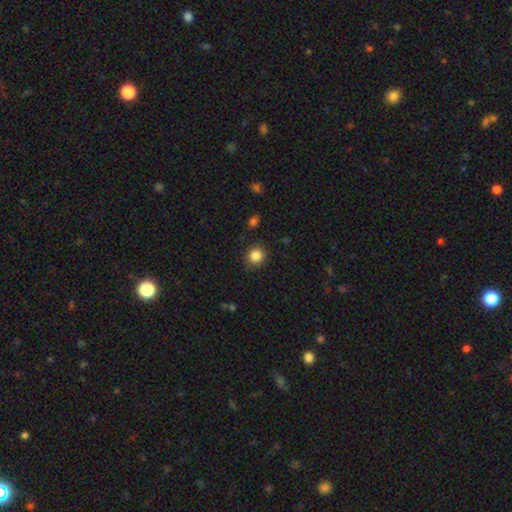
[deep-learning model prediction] A smooth galaxy with no disk features (85%) that is round (88%).

Vote fractions:
- Smooth or featured? smooth: 85% / star or artifact: 11% / featured or disk: 4%
- How rounded? round: 88% / in between: 11% / cigar-shaped: 1%
- Merging? none: 85% / minor disturbance: 10% / major disturbance: 3% / merger: 2%